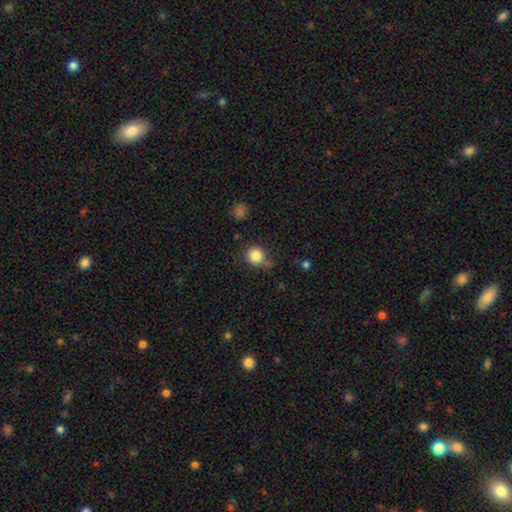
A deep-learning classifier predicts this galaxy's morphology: A smooth galaxy with no disk features (84%) that is round (91%). Merging: none (71%).